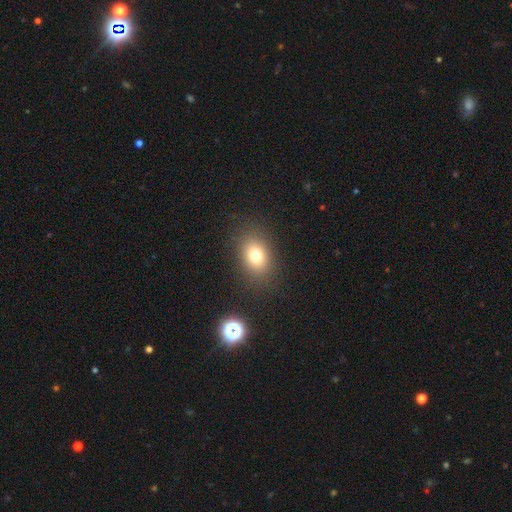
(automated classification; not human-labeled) smooth-or-featured: smooth: 75% | star or artifact: 14% | featured or disk: 11%
  how-rounded: in between: 65% | round: 33% | cigar-shaped: 1%
  merging: none: 84% | minor disturbance: 9% | major disturbance: 4% | merger: 2%